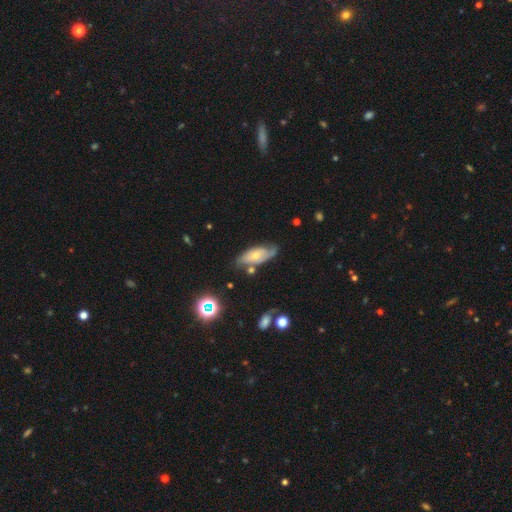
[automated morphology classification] featured or disk 52%, smooth 40%, star or artifact 8%. Down the decision tree: edge-on disk — no (83%); merging — none (59%).